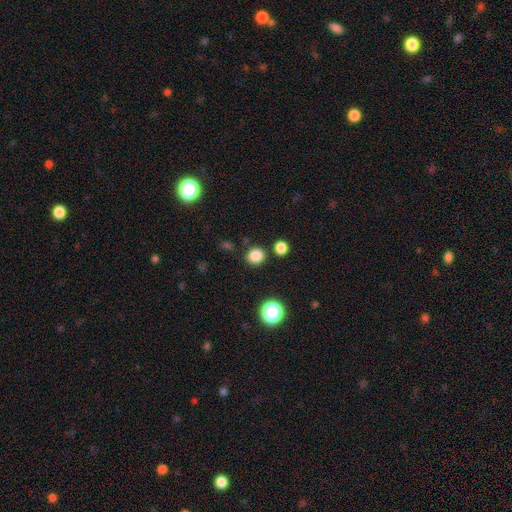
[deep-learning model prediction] Smooth or featured? Predicted: smooth (p=0.83). How rounded? Predicted: round (p=0.80). Merging? Predicted: none (p=0.84).